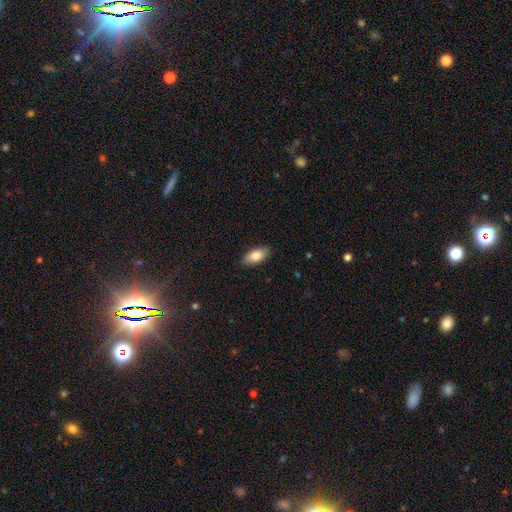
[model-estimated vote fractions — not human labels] smooth_or_featured: smooth (p=0.84) [alt: featured or disk p=0.10]
how_rounded: in between (p=0.90) [alt: cigar-shaped p=0.07]
merging: none (p=0.87) [alt: minor disturbance p=0.10]